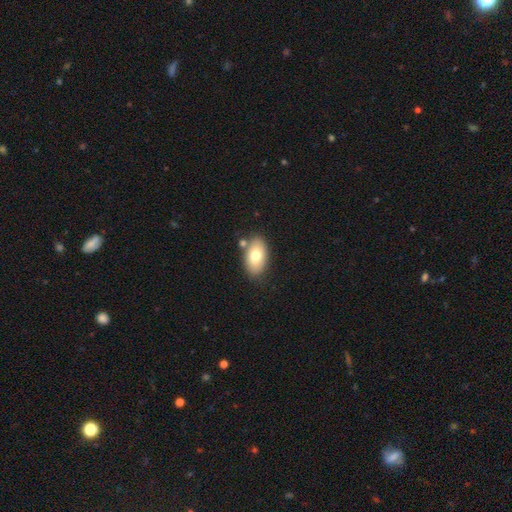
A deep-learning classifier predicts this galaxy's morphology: Smooth or featured?
  - smooth: 74% *
  - featured or disk: 18%
  - star or artifact: 7%
How rounded?
  - in between: 92% *
  - round: 6%
  - cigar-shaped: 2%
Merging?
  - none: 74% *
  - minor disturbance: 13%
  - merger: 9%
  - major disturbance: 3%